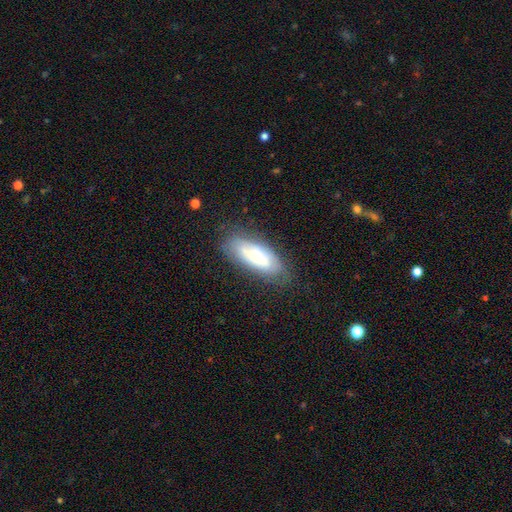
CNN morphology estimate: Smooth or featured?
  - smooth: 57% *
  - featured or disk: 35%
  - star or artifact: 8%
How rounded?
  - in between: 72% *
  - cigar-shaped: 26%
  - round: 2%
Merging?
  - none: 73% *
  - minor disturbance: 19%
  - major disturbance: 6%
  - merger: 2%